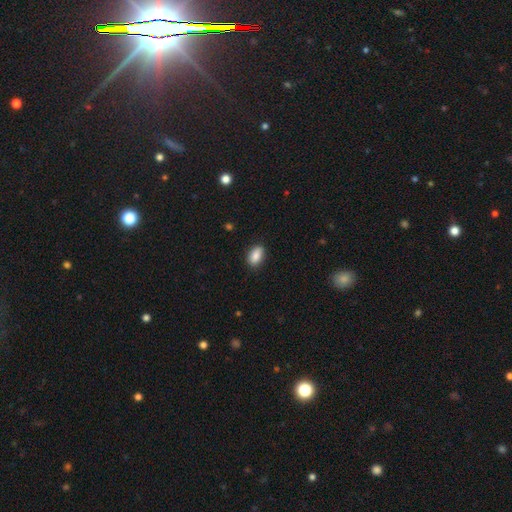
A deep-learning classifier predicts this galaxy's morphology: Smooth or featured? smooth (87%)
How rounded? in between (89%)
Merging? none (85%)